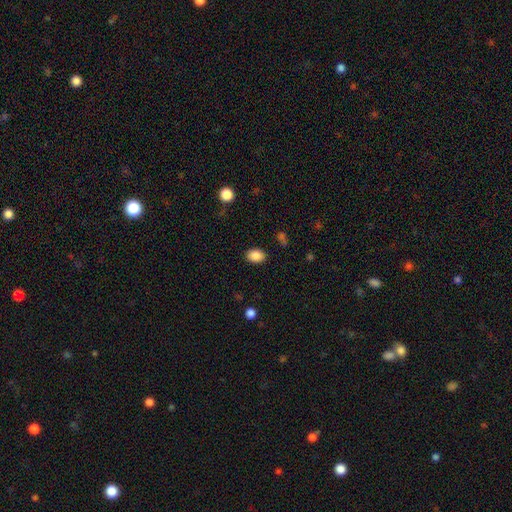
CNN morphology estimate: A smooth galaxy with no disk features (88%) that is in between round and cigar-shaped (77%). Merging: none (87%).